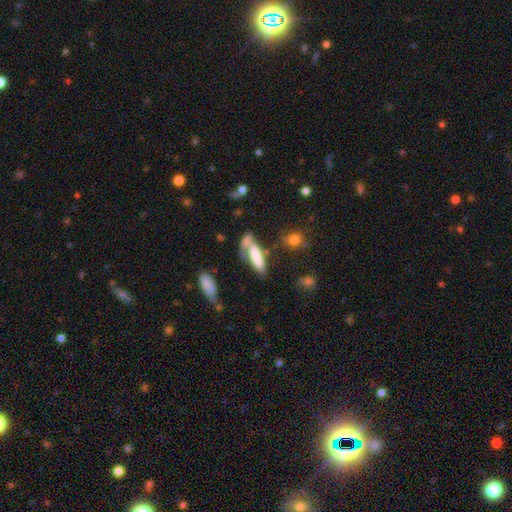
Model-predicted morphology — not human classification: smooth_or_featured: smooth (p=0.68) [alt: featured or disk p=0.24]
how_rounded: in between (p=0.52) [alt: cigar-shaped p=0.46]
merging: none (p=0.34) [alt: merger p=0.27]